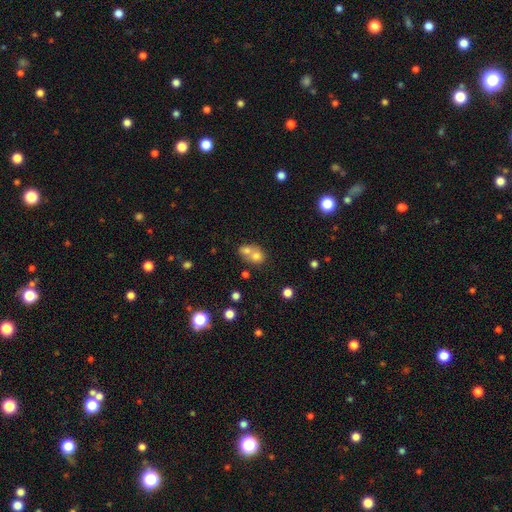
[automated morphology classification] Smooth or featured?
  - smooth: 71% *
  - featured or disk: 17%
  - star or artifact: 12%
How rounded?
  - round: 66% *
  - in between: 33%
  - cigar-shaped: 1%
Merging?
  - merger: 66% *
  - none: 25%
  - minor disturbance: 6%
  - major disturbance: 3%